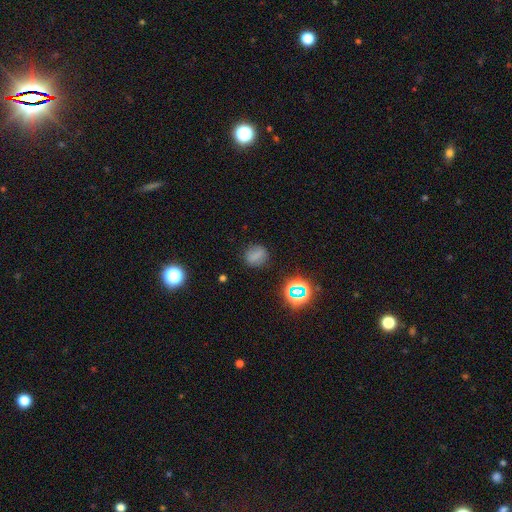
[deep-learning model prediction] A smooth galaxy with no disk features (68%) that is round (59%).

Vote fractions:
- Smooth or featured? smooth: 68% / star or artifact: 21% / featured or disk: 12%
- How rounded? round: 59% / in between: 39% / cigar-shaped: 2%
- Merging? none: 80% / minor disturbance: 13% / major disturbance: 5% / merger: 2%